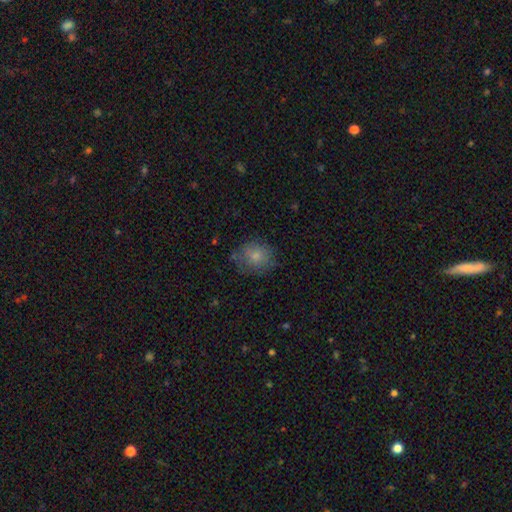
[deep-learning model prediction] Overall: smooth (79%). How rounded: round (70%). Merging: none (71%).